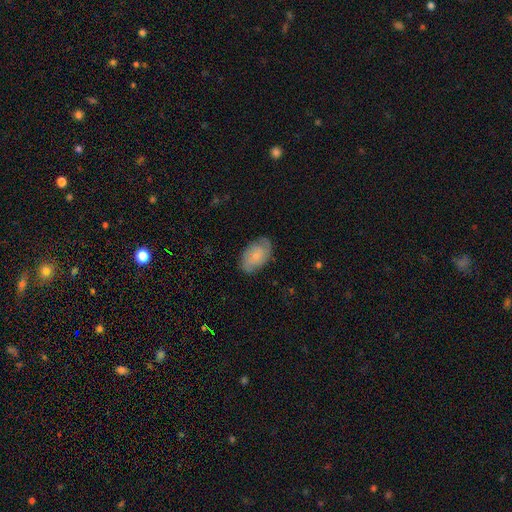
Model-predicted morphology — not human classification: Q: Smooth or featured?
A: smooth (66%); runner-up: featured or disk (28%)
Q: How rounded?
A: in between (93%); runner-up: round (6%)
Q: Merging?
A: none (74%); runner-up: minor disturbance (20%)